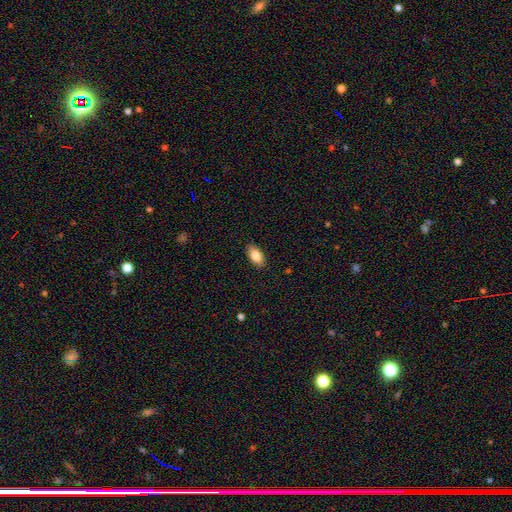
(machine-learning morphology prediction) smooth 85%, featured or disk 8%, star or artifact 7%. Down the decision tree: how rounded — in between (93%); merging — none (88%).